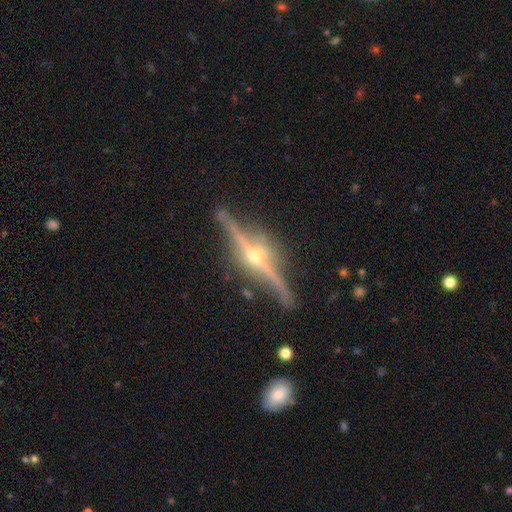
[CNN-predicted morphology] smooth_or_featured: featured or disk (p=0.89) [alt: star or artifact p=0.06]
disk_edge_on: yes (p=0.97) [alt: no p=0.03]
edge_on_bulge: rounded (p=0.95) [alt: boxy p=0.03]
merging: none (p=0.83) [alt: minor disturbance p=0.12]